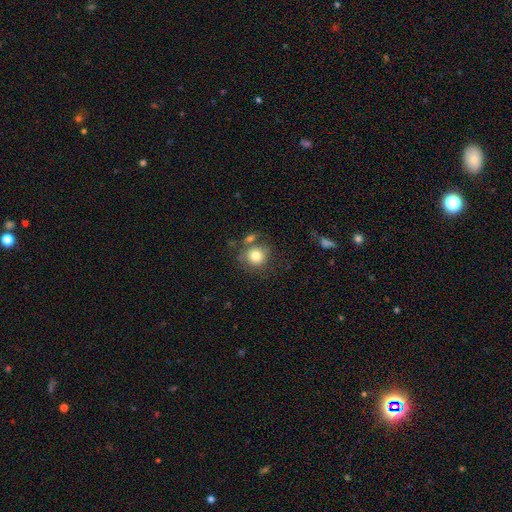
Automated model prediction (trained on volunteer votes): This is likely a smooth galaxy (80%). How rounded: clearly round (87%). Merging: likely none (63%).